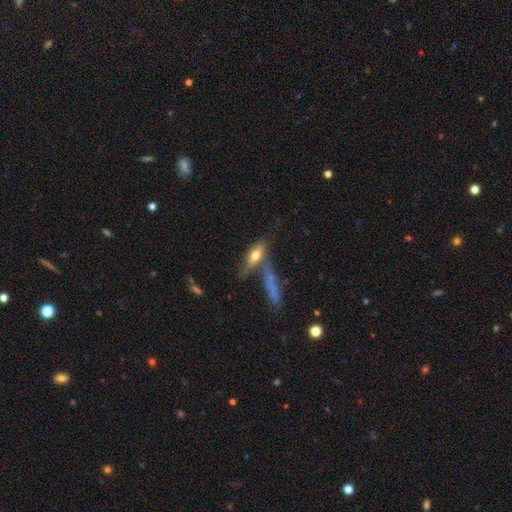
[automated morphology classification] A smooth galaxy with no disk features (66%) that is in between round and cigar-shaped (61%). Merging: none (44%).